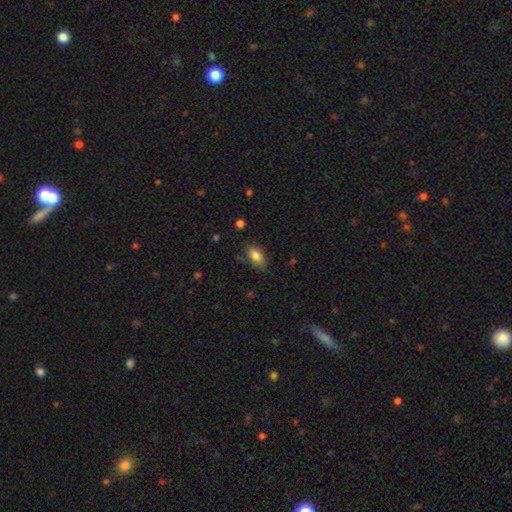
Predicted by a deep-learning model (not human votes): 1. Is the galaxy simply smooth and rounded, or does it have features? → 83% smooth, 9% featured or disk, 8% star or artifact.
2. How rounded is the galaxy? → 90% in between, 6% round, 4% cigar-shaped.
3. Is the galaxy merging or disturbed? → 77% none, 18% minor disturbance, 4% major disturbance, 2% merger.